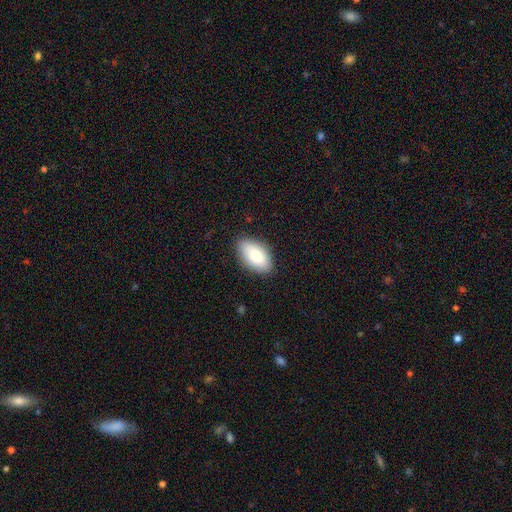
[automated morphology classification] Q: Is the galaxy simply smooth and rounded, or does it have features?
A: smooth — 84%.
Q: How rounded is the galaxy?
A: in between — 94%.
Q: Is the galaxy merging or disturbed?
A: none — 85%.